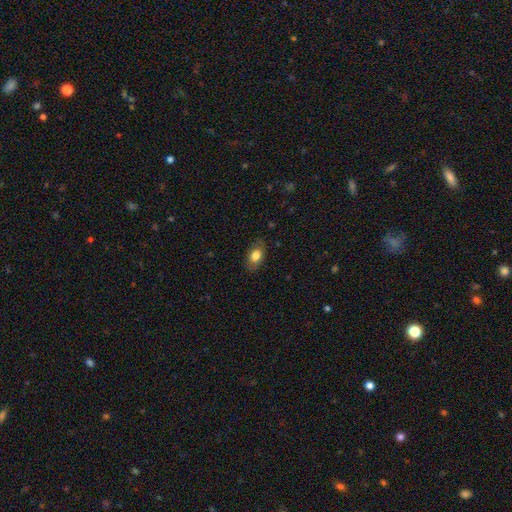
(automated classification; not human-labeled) smooth_or_featured: smooth (p=0.81) [alt: featured or disk p=0.12]
how_rounded: in between (p=0.86) [alt: round p=0.12]
merging: none (p=0.81) [alt: minor disturbance p=0.15]